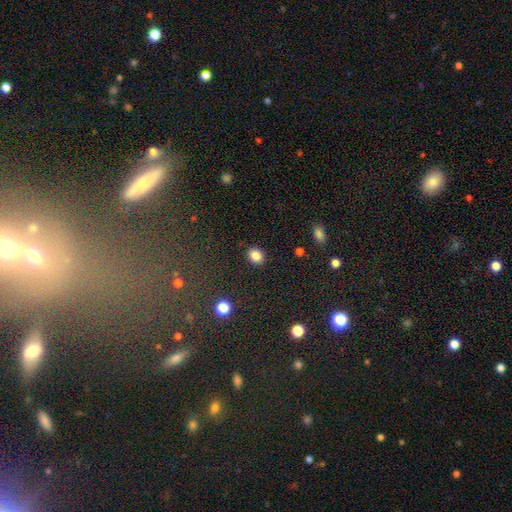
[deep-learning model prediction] This appears to be a smooth galaxy with no disk features (86%) that is round (55%). Merging: none (89%).